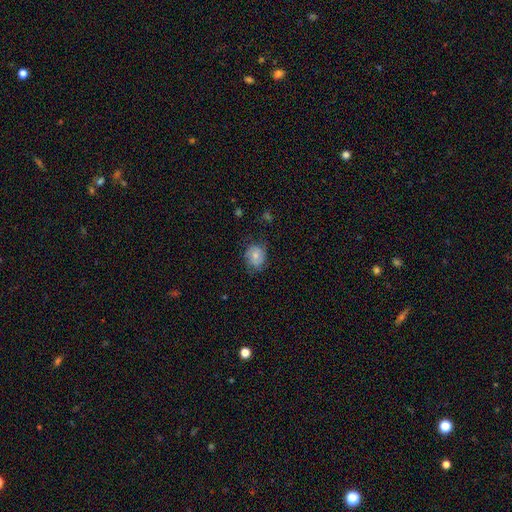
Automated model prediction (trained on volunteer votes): Smooth or featured?
  - smooth: 64% *
  - featured or disk: 27%
  - star or artifact: 9%
How rounded?
  - round: 68% *
  - in between: 31%
  - cigar-shaped: 1%
Merging?
  - none: 67% *
  - minor disturbance: 23%
  - major disturbance: 8%
  - merger: 1%